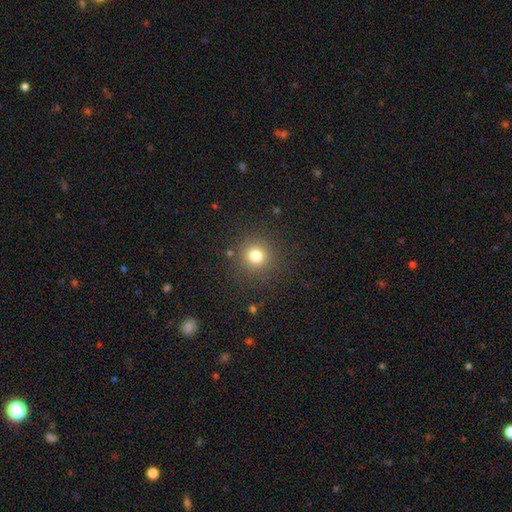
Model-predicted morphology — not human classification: type=smooth (78%); roundness=round (94%); merging=none (88%).